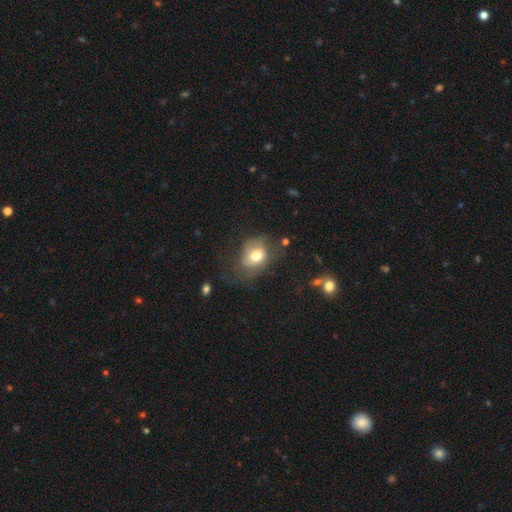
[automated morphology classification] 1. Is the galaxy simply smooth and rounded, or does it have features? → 65% smooth, 26% featured or disk, 9% star or artifact.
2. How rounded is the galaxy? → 60% in between, 39% round, 1% cigar-shaped.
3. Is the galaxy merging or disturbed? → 43% none, 28% minor disturbance, 26% major disturbance, 3% merger.